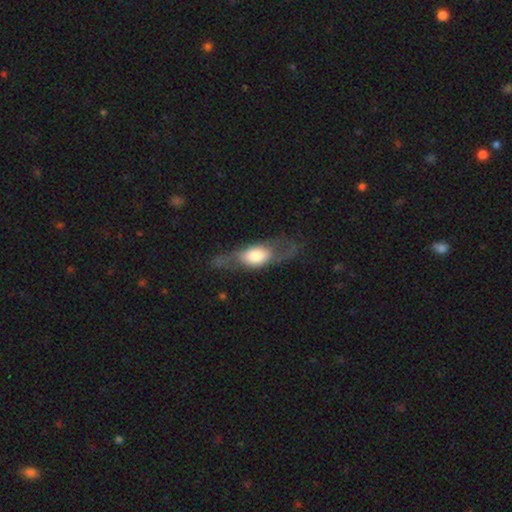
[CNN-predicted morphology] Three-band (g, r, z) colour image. It shows a featured or disk galaxy (53%). Merging: none (57%).